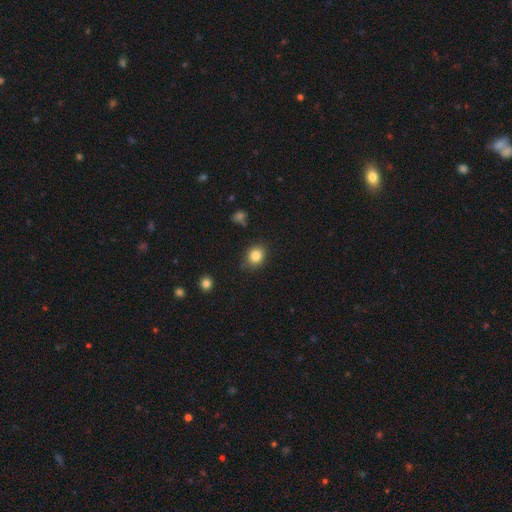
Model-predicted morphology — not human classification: Smooth or featured? Predicted: smooth (p=0.84). How rounded? Predicted: round (p=0.68). Merging? Predicted: none (p=0.84).